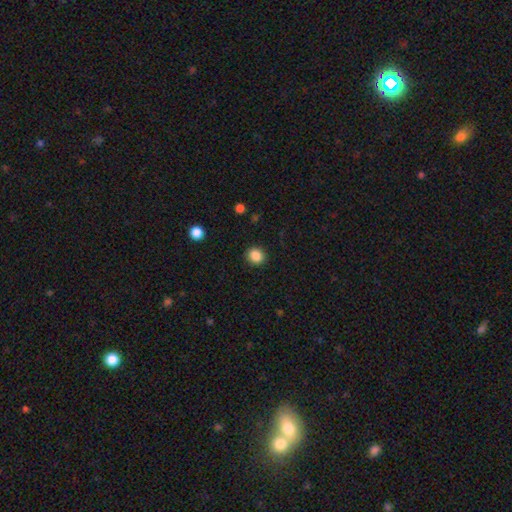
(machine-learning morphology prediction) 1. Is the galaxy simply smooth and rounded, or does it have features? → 87% smooth, 10% star or artifact, 3% featured or disk.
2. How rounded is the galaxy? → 81% round, 19% in between, 1% cigar-shaped.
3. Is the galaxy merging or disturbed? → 90% none, 7% minor disturbance, 2% major disturbance, 1% merger.